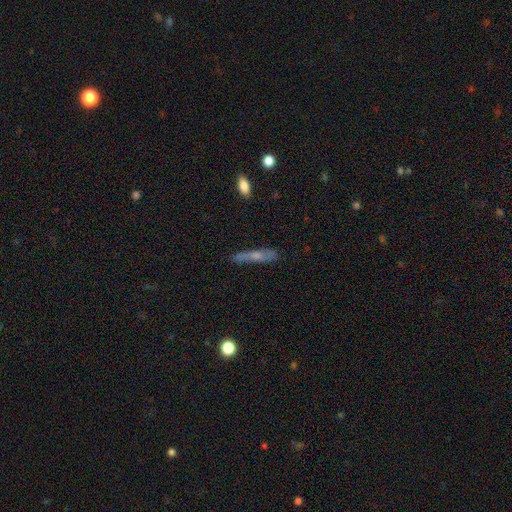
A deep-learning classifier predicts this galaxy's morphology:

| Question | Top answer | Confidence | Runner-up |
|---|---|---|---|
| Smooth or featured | featured or disk | 48% | smooth (43%) |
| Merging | none | 71% | minor disturbance (21%) |